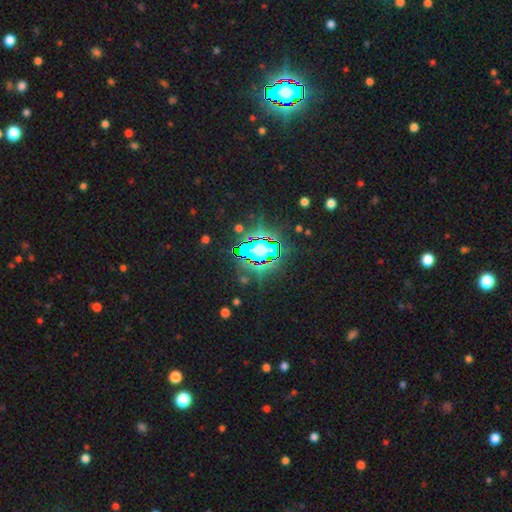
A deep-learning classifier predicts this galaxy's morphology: Overall: star or artifact (85%).